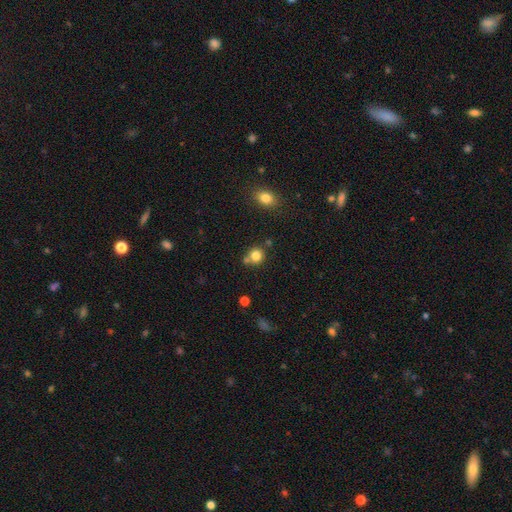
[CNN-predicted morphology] Overall: smooth (81%). How rounded: round (86%). Merging: none (64%).